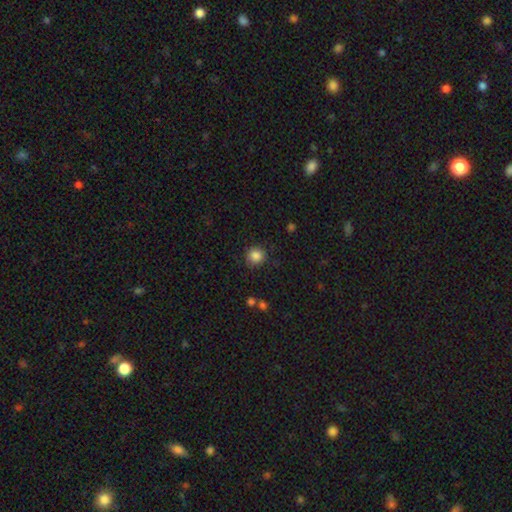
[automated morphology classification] A smooth galaxy with no disk features (85%) that is round (88%). Merging: none (83%).